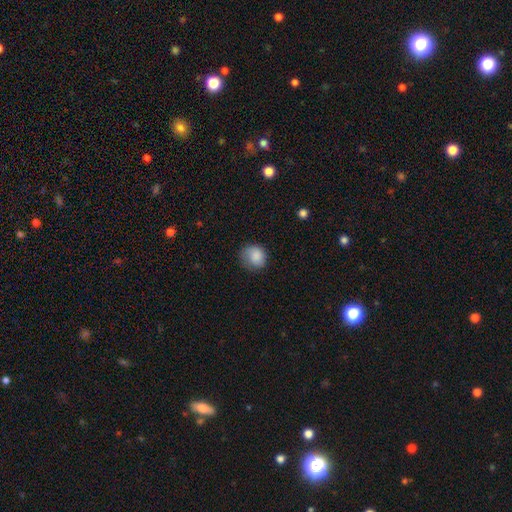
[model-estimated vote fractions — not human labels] A smooth galaxy with no disk features (85%) that is round (78%). Merging: none (67%).